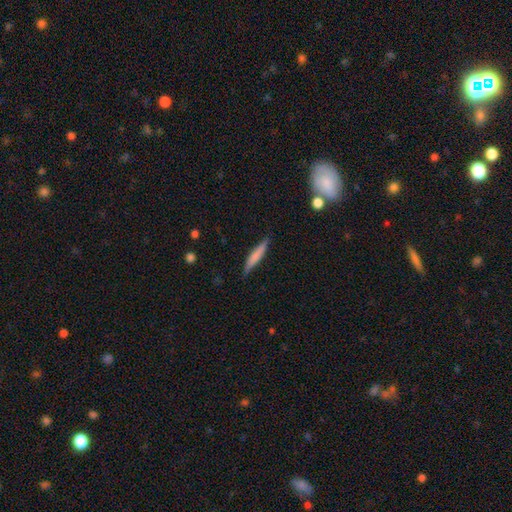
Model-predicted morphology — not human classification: Overall: smooth (68%). How rounded: cigar-shaped (91%). Merging: none (82%).